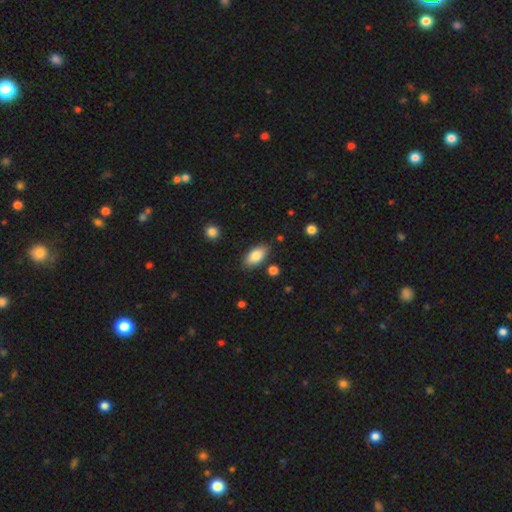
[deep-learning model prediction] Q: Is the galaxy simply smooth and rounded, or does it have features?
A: smooth — 83%.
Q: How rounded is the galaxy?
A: in between — 91%.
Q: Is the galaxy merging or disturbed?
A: none — 83%.